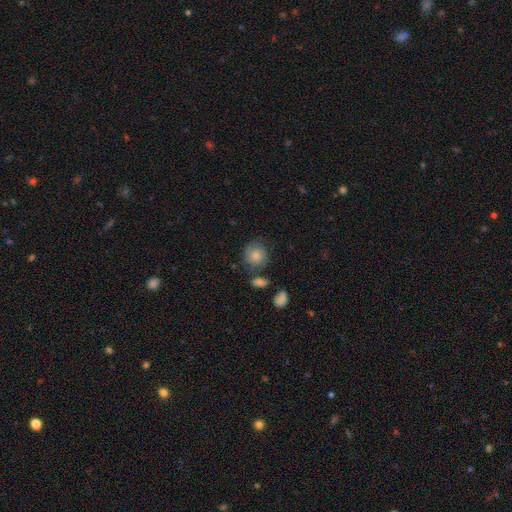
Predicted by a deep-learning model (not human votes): Q: Smooth or featured?
A: smooth (69%); runner-up: featured or disk (22%)
Q: How rounded?
A: round (81%); runner-up: in between (18%)
Q: Merging?
A: none (63%); runner-up: minor disturbance (21%)